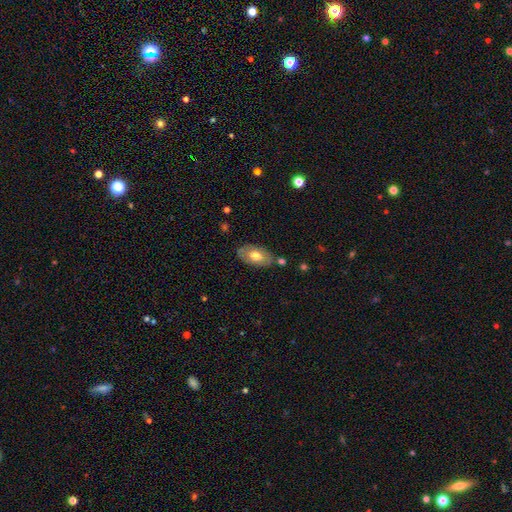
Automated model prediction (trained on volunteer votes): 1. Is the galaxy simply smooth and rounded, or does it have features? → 61% smooth, 33% featured or disk, 6% star or artifact.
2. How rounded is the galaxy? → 92% in between, 5% round, 2% cigar-shaped.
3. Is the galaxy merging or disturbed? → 74% none, 17% minor disturbance, 4% merger, 4% major disturbance.